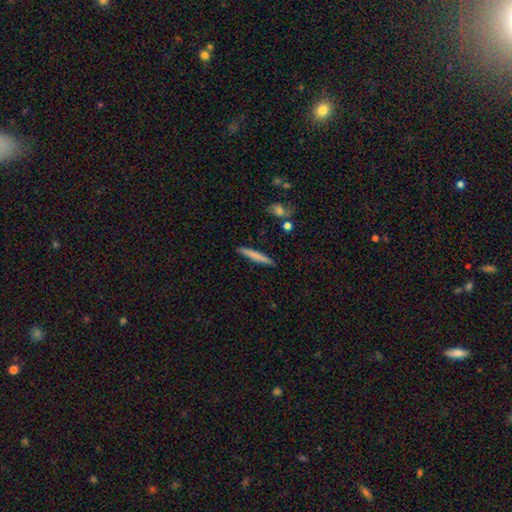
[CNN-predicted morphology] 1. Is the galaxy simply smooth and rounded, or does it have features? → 71% smooth, 23% featured or disk, 6% star or artifact.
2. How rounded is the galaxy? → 95% cigar-shaped, 4% in between, 1% round.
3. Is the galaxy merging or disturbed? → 88% none, 8% minor disturbance, 2% merger, 2% major disturbance.